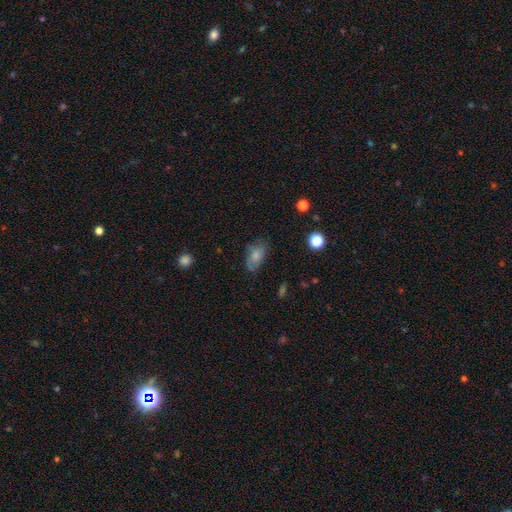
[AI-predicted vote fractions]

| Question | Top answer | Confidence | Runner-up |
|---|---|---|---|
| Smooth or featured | smooth | 72% | featured or disk (18%) |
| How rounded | in between | 90% | round (7%) |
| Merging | none | 60% | minor disturbance (27%) |